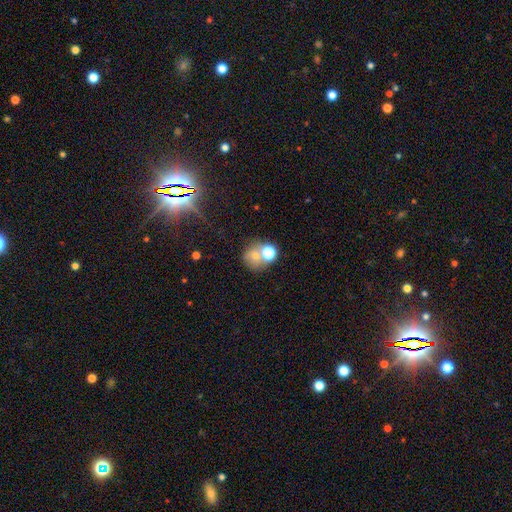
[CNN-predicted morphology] The model was most divided on "merging": none: 46%, merger: 38%, minor disturbance: 10%, major disturbance: 6%. More confident: how rounded — round (79%); smooth or featured — smooth (66%).